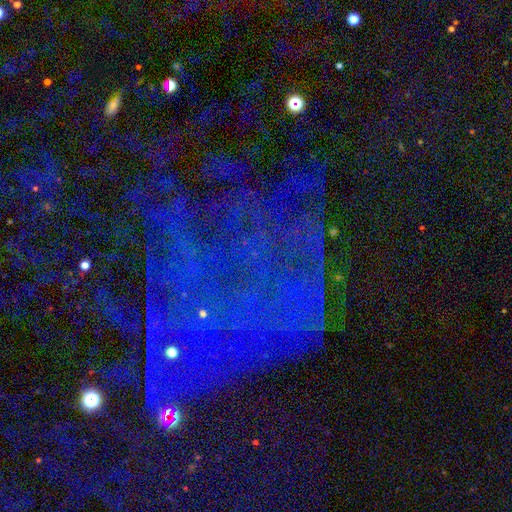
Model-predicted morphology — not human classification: Overall: star or artifact (70%).